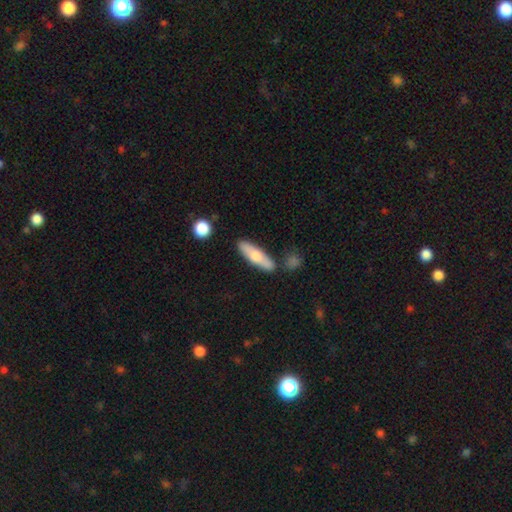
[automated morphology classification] The model was most divided on "how rounded": cigar-shaped: 59%, in between: 39%, round: 2%. More confident: merging — none (77%); smooth or featured — smooth (62%).